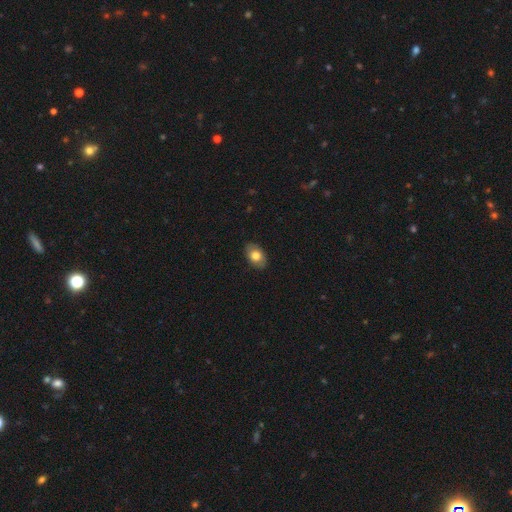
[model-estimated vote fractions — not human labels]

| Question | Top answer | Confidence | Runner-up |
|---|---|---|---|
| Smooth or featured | smooth | 77% | featured or disk (16%) |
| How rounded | in between | 86% | round (13%) |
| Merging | none | 86% | minor disturbance (11%) |